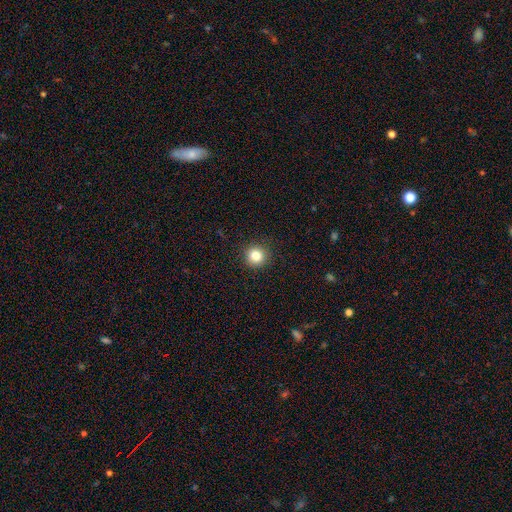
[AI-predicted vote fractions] Smooth or featured? smooth (83%)
How rounded? round (93%)
Merging? none (91%)